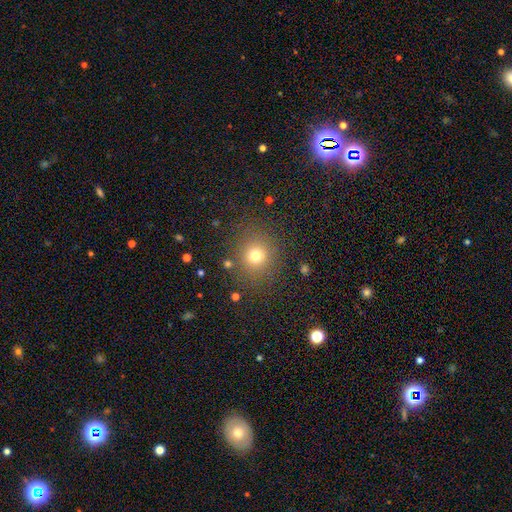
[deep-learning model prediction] Smooth or featured?
  - smooth: 73% *
  - star or artifact: 19%
  - featured or disk: 9%
How rounded?
  - round: 86% *
  - in between: 13%
  - cigar-shaped: 1%
Merging?
  - none: 85% *
  - minor disturbance: 9%
  - major disturbance: 4%
  - merger: 2%